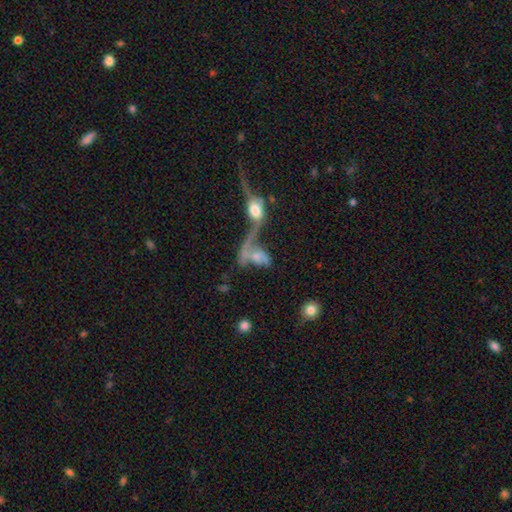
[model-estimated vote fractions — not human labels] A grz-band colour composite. It shows a featured or disk galaxy (49%). Merging: merger (67%).